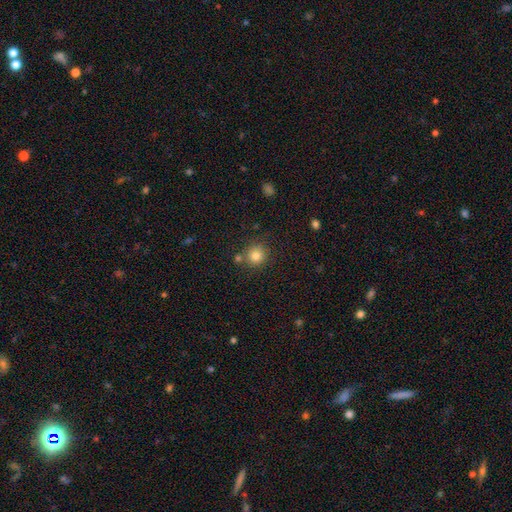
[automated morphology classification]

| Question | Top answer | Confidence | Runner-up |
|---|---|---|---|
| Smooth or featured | smooth | 82% | star or artifact (12%) |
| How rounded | round | 90% | in between (9%) |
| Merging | none | 76% | merger (11%) |